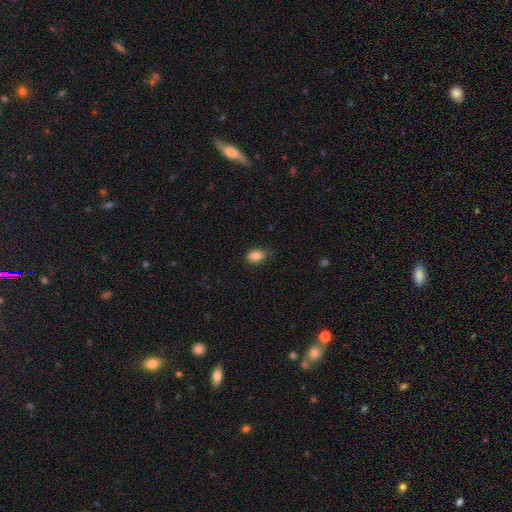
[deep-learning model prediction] smooth-or-featured: smooth: 86% | star or artifact: 8% | featured or disk: 5%
  how-rounded: in between: 84% | round: 14% | cigar-shaped: 2%
  merging: none: 79% | minor disturbance: 17% | major disturbance: 3% | merger: 1%